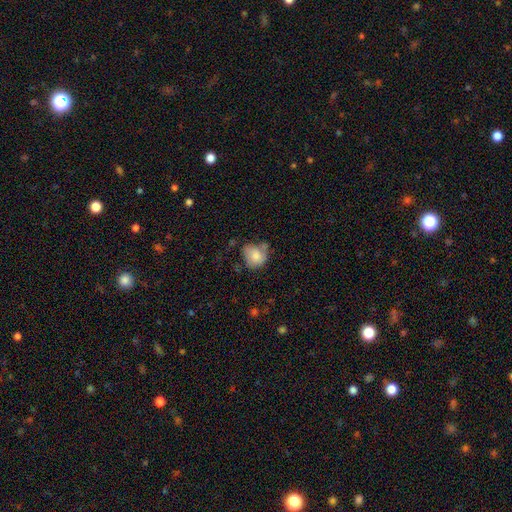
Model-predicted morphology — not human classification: Smooth or featured?
  - smooth: 74% *
  - featured or disk: 17%
  - star or artifact: 8%
How rounded?
  - round: 65% *
  - in between: 34%
  - cigar-shaped: 1%
Merging?
  - none: 43% *
  - minor disturbance: 33%
  - major disturbance: 14%
  - merger: 10%